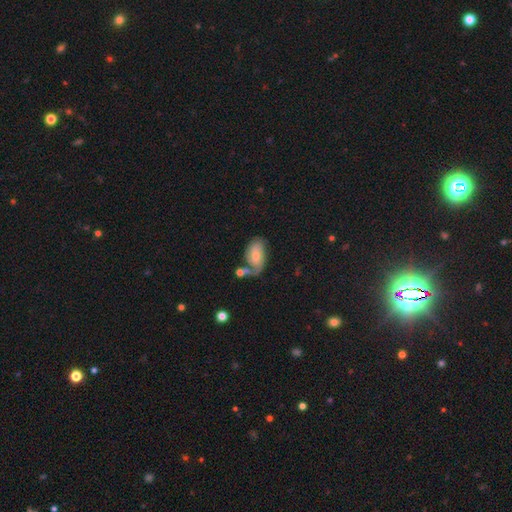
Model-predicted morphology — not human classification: This is possibly a featured or disk galaxy (49%). Merging: marginally none (42%).